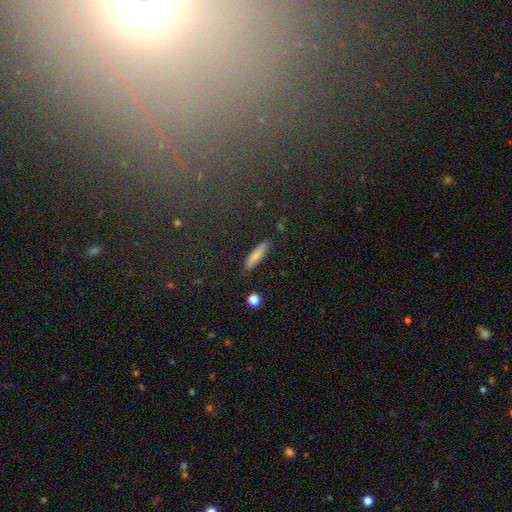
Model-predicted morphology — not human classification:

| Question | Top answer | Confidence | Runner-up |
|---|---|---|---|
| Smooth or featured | smooth | 77% | featured or disk (16%) |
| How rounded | cigar-shaped | 76% | in between (22%) |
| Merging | none | 85% | minor disturbance (11%) |